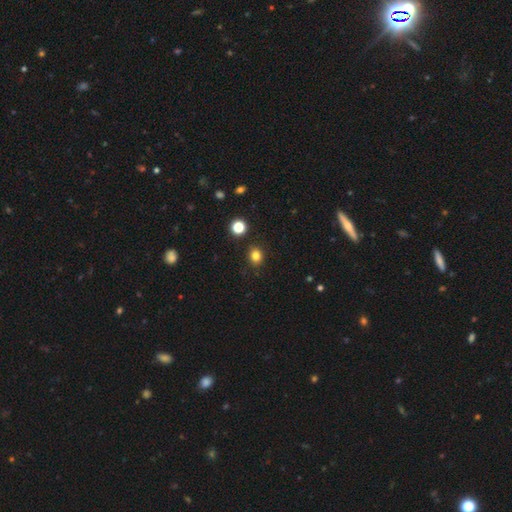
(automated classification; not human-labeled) smooth_or_featured: smooth (p=0.82) [alt: star or artifact p=0.14]
how_rounded: round (p=0.68) [alt: in between p=0.31]
merging: none (p=0.89) [alt: minor disturbance p=0.07]